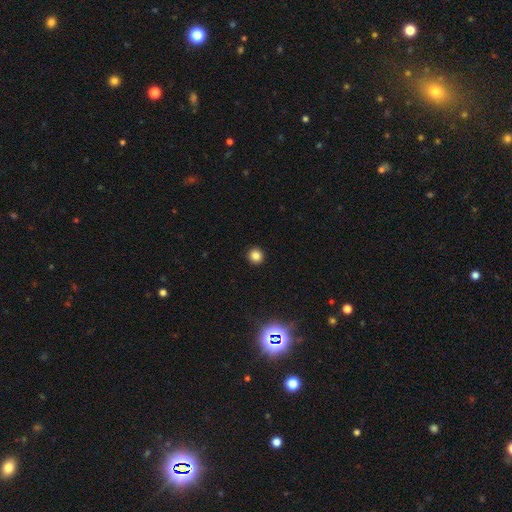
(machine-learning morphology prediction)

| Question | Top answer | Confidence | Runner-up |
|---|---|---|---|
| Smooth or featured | smooth | 84% | star or artifact (12%) |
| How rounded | round | 93% | in between (6%) |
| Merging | none | 93% | minor disturbance (4%) |